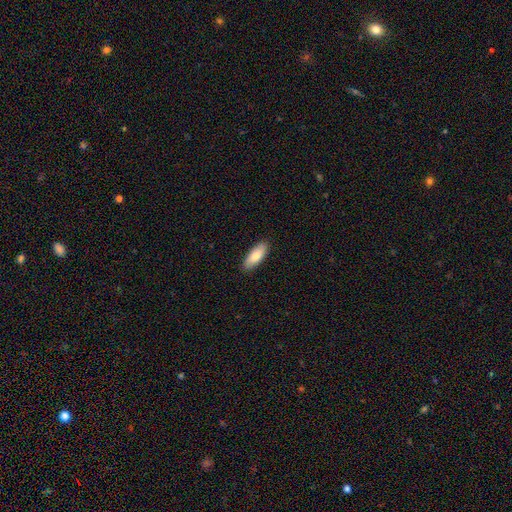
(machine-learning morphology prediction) This appears to be a smooth galaxy with no disk features (83%) that is in between round and cigar-shaped (75%). Merging: none (89%).